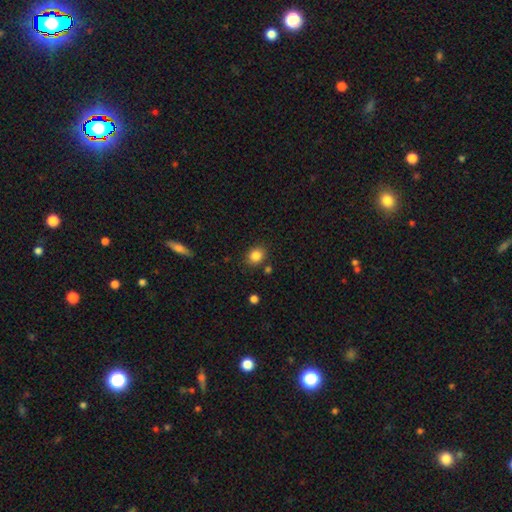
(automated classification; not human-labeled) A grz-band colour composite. It shows a smooth galaxy with no disk features (85%) that is round (65%). Merging: none (83%).